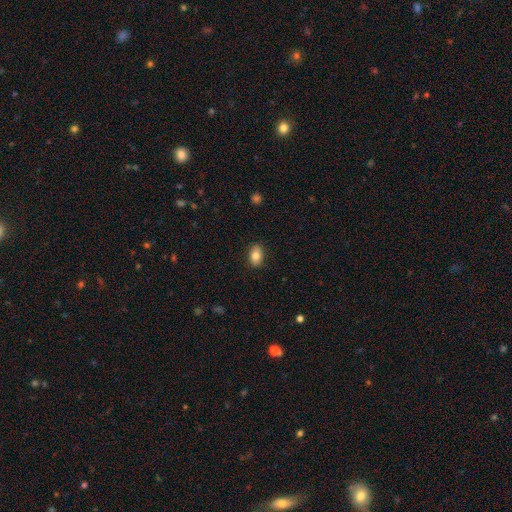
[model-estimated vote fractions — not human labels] Smooth or featured?
  - smooth: 81% *
  - featured or disk: 11%
  - star or artifact: 8%
How rounded?
  - in between: 85% *
  - round: 13%
  - cigar-shaped: 2%
Merging?
  - none: 87% *
  - minor disturbance: 10%
  - major disturbance: 2%
  - merger: 1%